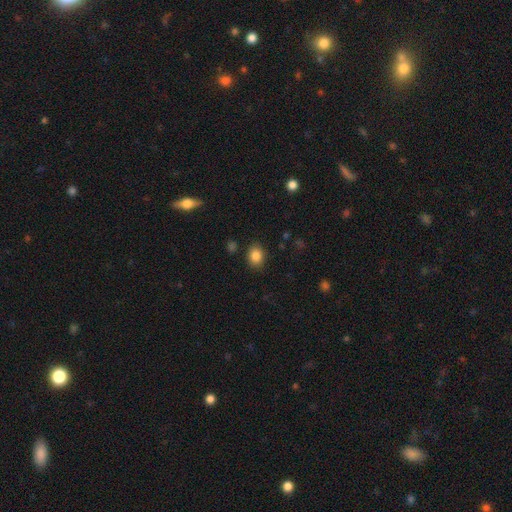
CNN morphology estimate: Q: Smooth or featured?
A: smooth (85%); runner-up: star or artifact (10%)
Q: How rounded?
A: round (50%); runner-up: in between (49%)
Q: Merging?
A: none (87%); runner-up: minor disturbance (9%)